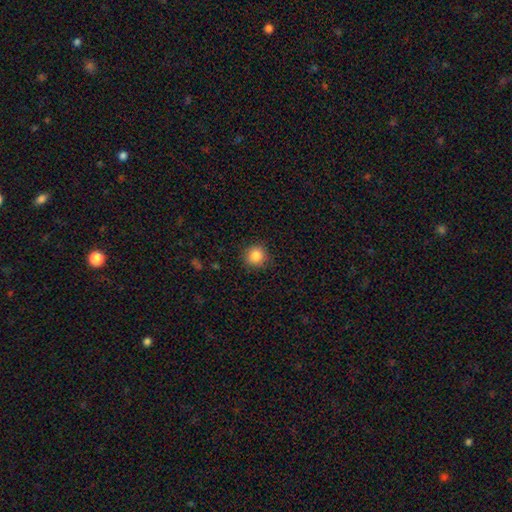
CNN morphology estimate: This appears to be a smooth galaxy with no disk features (85%) that is round (93%). Merging: none (91%).